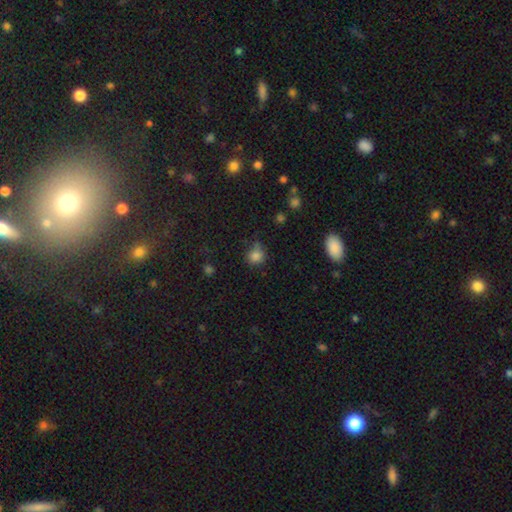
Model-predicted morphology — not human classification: Smooth or featured?
  - smooth: 81% *
  - star or artifact: 13%
  - featured or disk: 6%
How rounded?
  - round: 81% *
  - in between: 18%
  - cigar-shaped: 1%
Merging?
  - none: 58% *
  - minor disturbance: 28%
  - major disturbance: 9%
  - merger: 5%